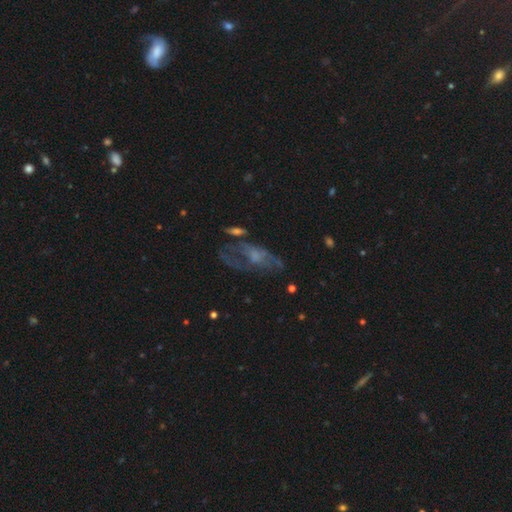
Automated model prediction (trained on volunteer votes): featured or disk 62%, smooth 23%, star or artifact 16%. Down the decision tree: edge-on disk — no (88%); bar — no (72%); spiral arms — yes (54%); bulge size — small (35%); merging — none (42%).